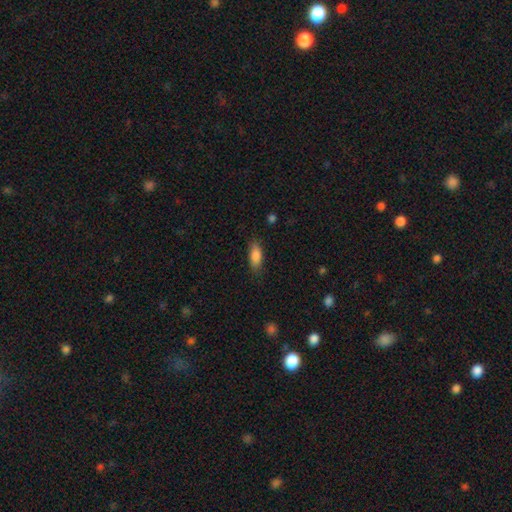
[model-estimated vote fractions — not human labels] This is clearly a smooth galaxy (86%). How rounded: likely in between (74%). Merging: clearly none (83%).